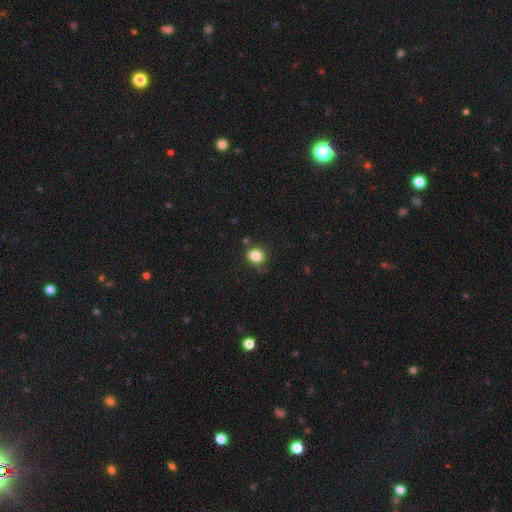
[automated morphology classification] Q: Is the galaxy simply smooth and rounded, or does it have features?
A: smooth — 84%.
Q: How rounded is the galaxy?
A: round — 78%.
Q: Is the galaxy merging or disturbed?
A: none — 84%.